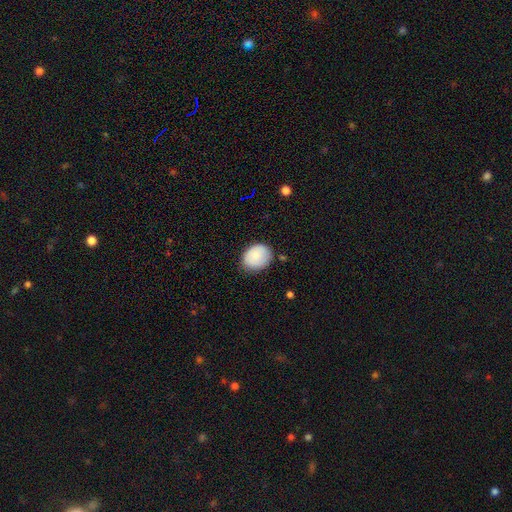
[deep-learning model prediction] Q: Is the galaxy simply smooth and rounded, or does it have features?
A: smooth — 85%.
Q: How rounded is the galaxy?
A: in between — 54%.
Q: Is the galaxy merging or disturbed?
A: none — 76%.